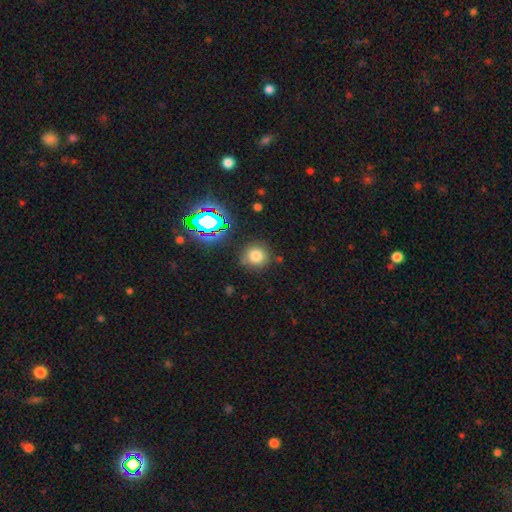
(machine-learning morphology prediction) A smooth galaxy with no disk features (73%) that is round (88%).

Vote fractions:
- Smooth or featured? smooth: 73% / star or artifact: 19% / featured or disk: 8%
- How rounded? round: 88% / in between: 11% / cigar-shaped: 1%
- Merging? none: 80% / minor disturbance: 12% / major disturbance: 4% / merger: 4%